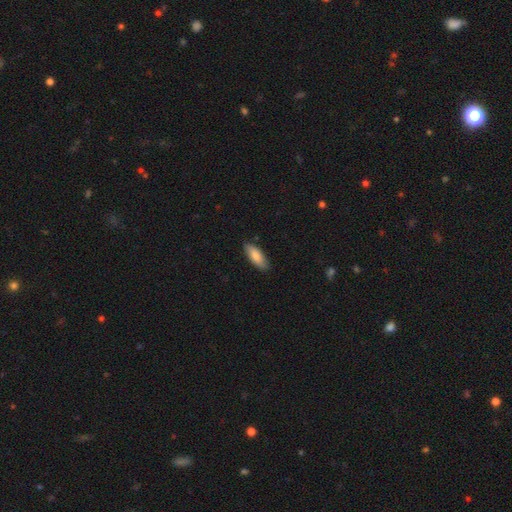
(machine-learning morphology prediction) A smooth galaxy with no disk features (83%) that is in between round and cigar-shaped (72%). Merging: none (85%).